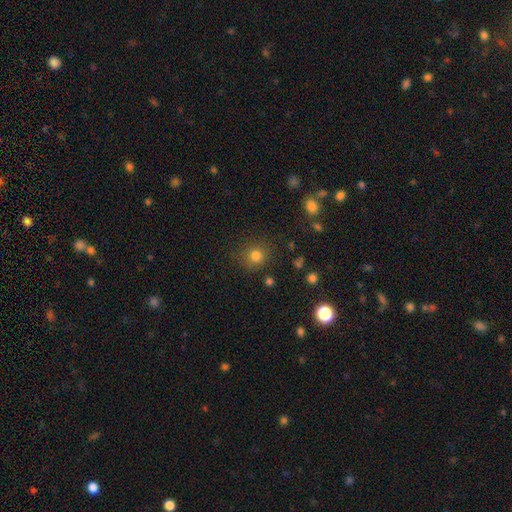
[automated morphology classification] Overall: smooth (80%). How rounded: round (89%). Merging: none (83%).